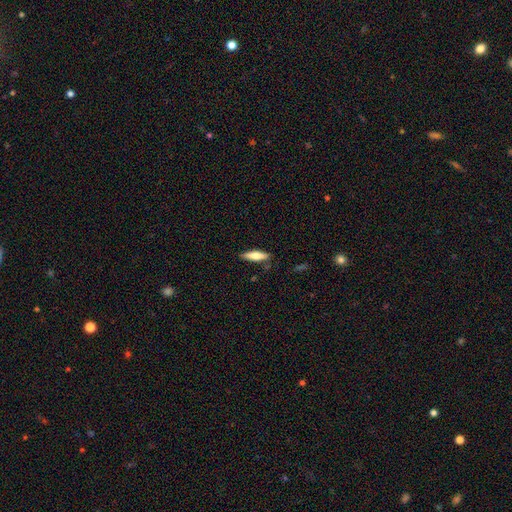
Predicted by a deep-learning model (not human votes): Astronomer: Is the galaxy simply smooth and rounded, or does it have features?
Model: smooth — 64%.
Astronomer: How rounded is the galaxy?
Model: cigar-shaped — 67%.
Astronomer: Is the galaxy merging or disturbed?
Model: none — 82%.